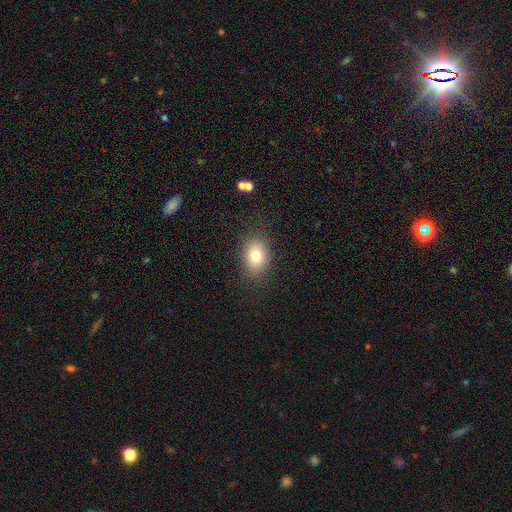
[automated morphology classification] smooth-or-featured: smooth: 79% | star or artifact: 11% | featured or disk: 10%
  how-rounded: in between: 64% | round: 35% | cigar-shaped: 1%
  merging: none: 86% | minor disturbance: 10% | major disturbance: 3% | merger: 1%